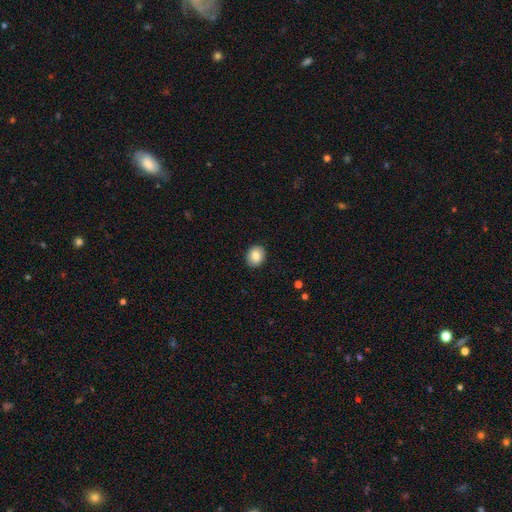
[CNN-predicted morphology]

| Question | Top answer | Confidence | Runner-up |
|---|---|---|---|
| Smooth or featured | smooth | 83% | featured or disk (9%) |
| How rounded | round | 64% | in between (35%) |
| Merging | none | 91% | minor disturbance (7%) |